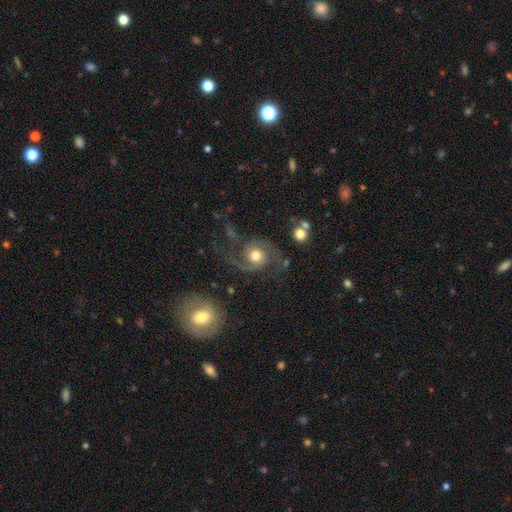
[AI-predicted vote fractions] Overall: featured or disk (83%). Edge-on disk: no (98%). Bar: no (72%). Spiral arms: yes (96%). Spiral arm count: 2 (90%). Spiral winding: medium (47%; loose 41%). Bulge size: moderate (65%). Merging: none (60%).